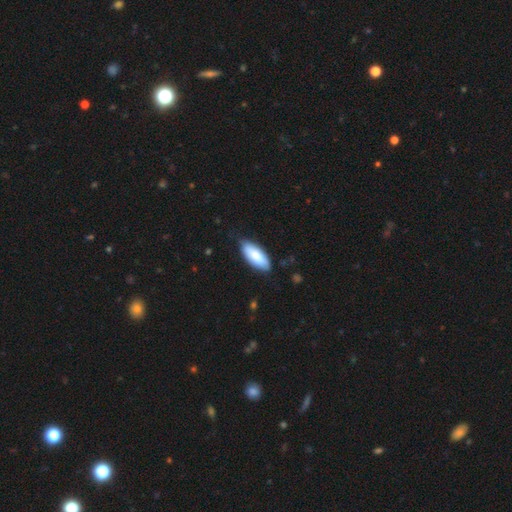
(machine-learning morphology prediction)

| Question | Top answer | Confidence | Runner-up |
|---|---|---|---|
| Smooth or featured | smooth | 82% | featured or disk (13%) |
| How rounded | in between | 84% | cigar-shaped (14%) |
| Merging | none | 77% | minor disturbance (19%) |